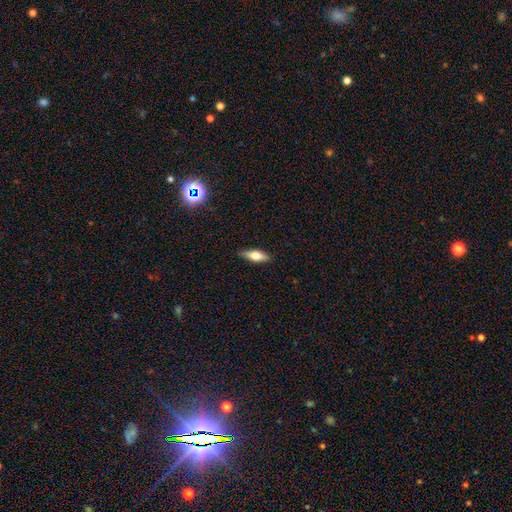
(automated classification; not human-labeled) Smooth or featured? Predicted: smooth (p=0.52). How rounded? Predicted: in between (p=0.59). Merging? Predicted: none (p=0.86).